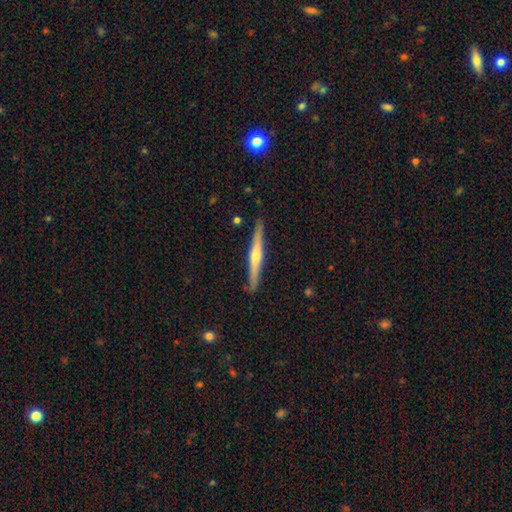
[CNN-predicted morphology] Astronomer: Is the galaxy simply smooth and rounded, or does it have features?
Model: featured or disk — 69%.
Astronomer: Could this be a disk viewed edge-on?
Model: yes — 98%.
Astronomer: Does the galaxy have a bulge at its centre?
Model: rounded — 80%.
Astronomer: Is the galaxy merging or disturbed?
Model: none — 90%.